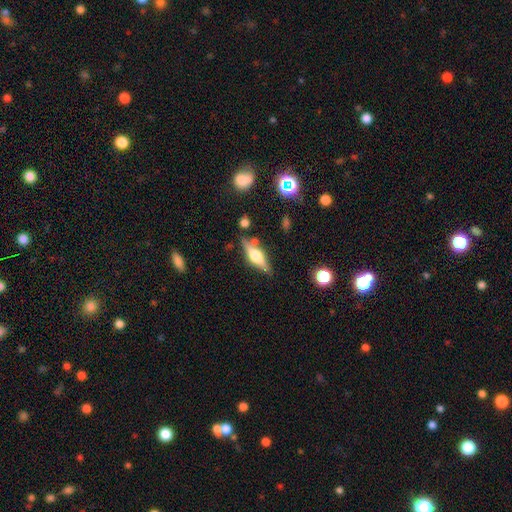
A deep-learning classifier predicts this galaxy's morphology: Q: Smooth or featured?
A: featured or disk (67%); runner-up: smooth (26%)
Q: Edge-on disk?
A: yes (95%); runner-up: no (5%)
Q: Edge-on bulge?
A: rounded (91%); runner-up: boxy (7%)
Q: Merging?
A: none (79%); runner-up: minor disturbance (12%)